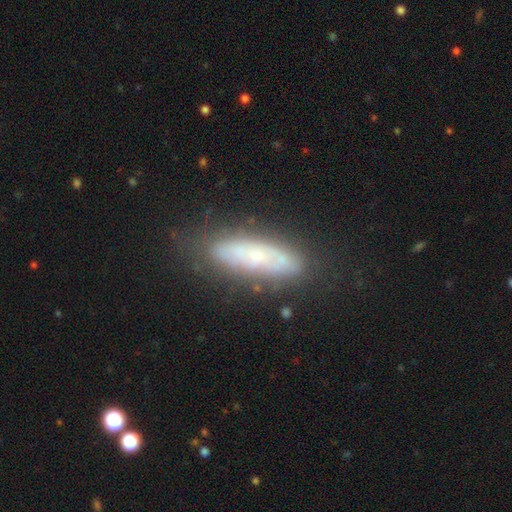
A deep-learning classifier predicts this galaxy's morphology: smooth-or-featured: featured or disk: 52% | smooth: 40% | star or artifact: 8%
  disk-edge-on: no: 68% | yes: 32%
  merging: none: 73% | minor disturbance: 18% | major disturbance: 6% | merger: 3%